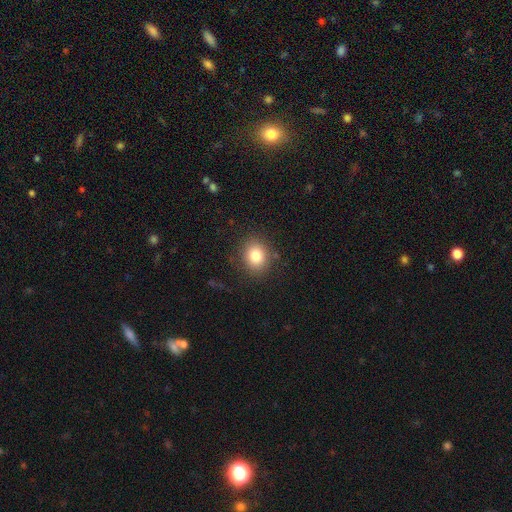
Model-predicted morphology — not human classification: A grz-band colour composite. It shows a smooth galaxy with no disk features (81%) that is round (64%). Merging: none (86%).